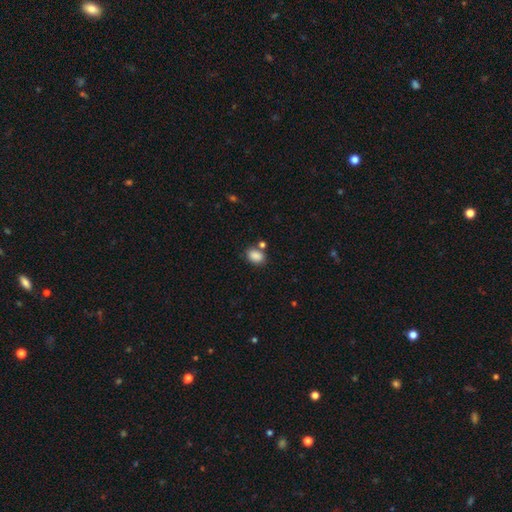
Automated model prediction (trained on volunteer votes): smooth_or_featured: smooth (p=0.87) [alt: star or artifact p=0.09]
how_rounded: in between (p=0.77) [alt: round p=0.22]
merging: none (p=0.68) [alt: merger p=0.15]